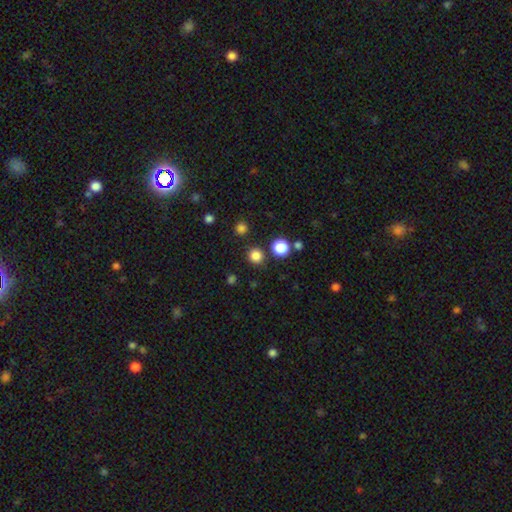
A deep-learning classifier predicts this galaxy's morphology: type=smooth (82%); roundness=round (93%); merging=none (86%).